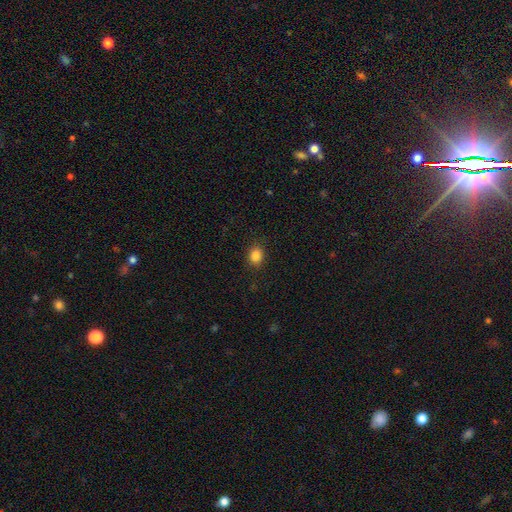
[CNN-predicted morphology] Overall: smooth (85%). How rounded: round (62%; in between 37%). Merging: none (89%).